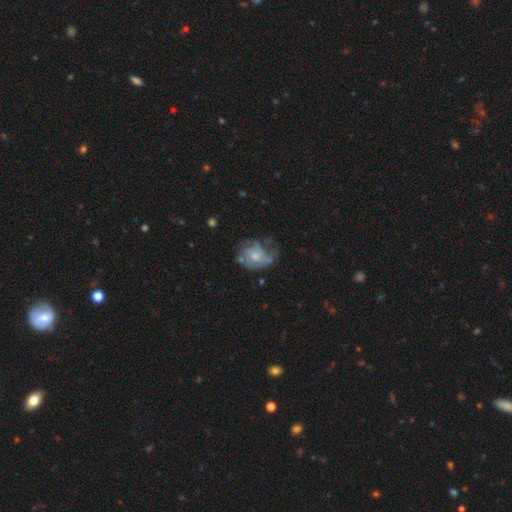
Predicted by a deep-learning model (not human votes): smooth_or_featured: featured or disk (p=0.56) [alt: smooth p=0.36]
disk_edge_on: no (p=0.97) [alt: yes p=0.03]
bar: no (p=0.84) [alt: weak p=0.14]
has_spiral_arms: yes (p=0.52) [alt: no p=0.48]
bulge_size: moderate (p=0.51) [alt: small p=0.37]
merging: none (p=0.36) [alt: major disturbance p=0.33]